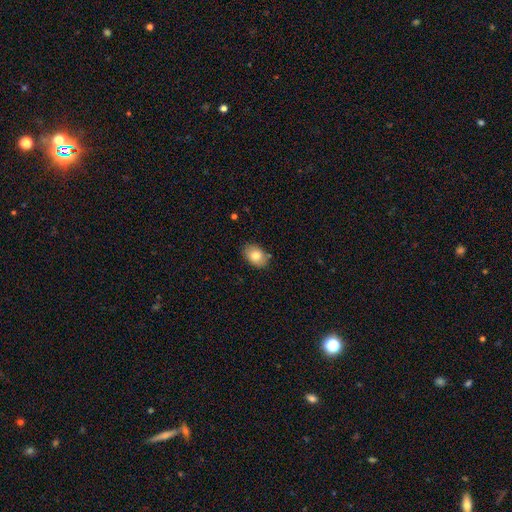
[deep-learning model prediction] A smooth galaxy with no disk features (81%) that is in between round and cigar-shaped (80%). Merging: none (82%).